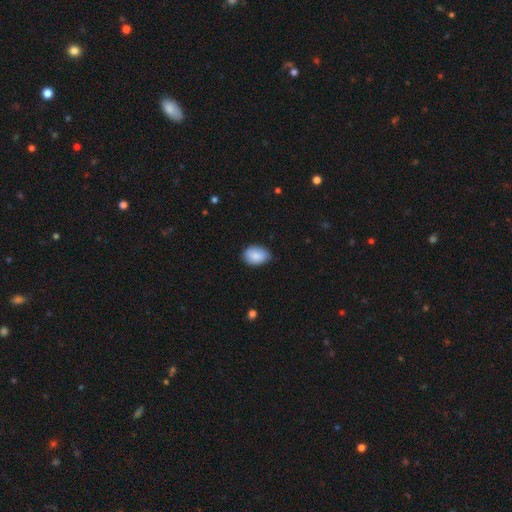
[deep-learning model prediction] The model was most divided on "merging": none: 72%, minor disturbance: 24%, major disturbance: 3%, merger: 1%. More confident: smooth or featured — smooth (85%); how rounded — in between (83%).